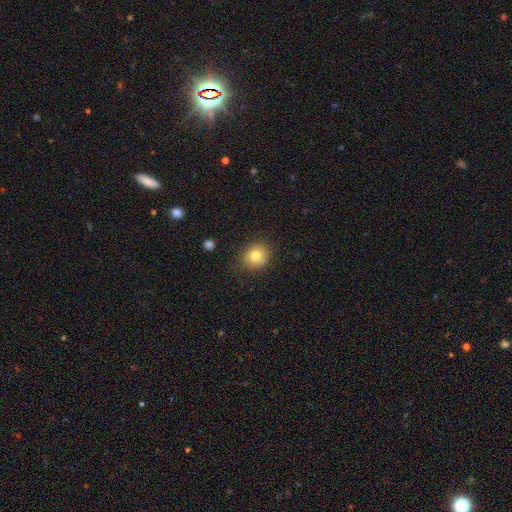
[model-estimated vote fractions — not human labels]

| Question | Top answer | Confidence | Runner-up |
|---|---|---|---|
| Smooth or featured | smooth | 79% | star or artifact (11%) |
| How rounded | round | 80% | in between (19%) |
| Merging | none | 86% | minor disturbance (10%) |